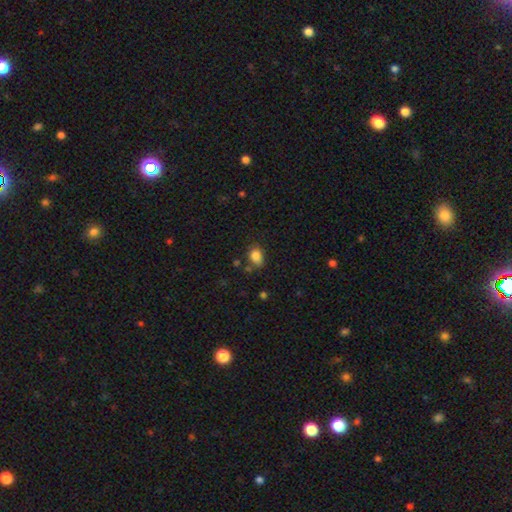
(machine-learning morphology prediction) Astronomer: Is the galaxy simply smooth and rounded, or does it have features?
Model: smooth — 84%.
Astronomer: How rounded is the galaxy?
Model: in between — 74%.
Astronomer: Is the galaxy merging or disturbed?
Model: none — 66%.